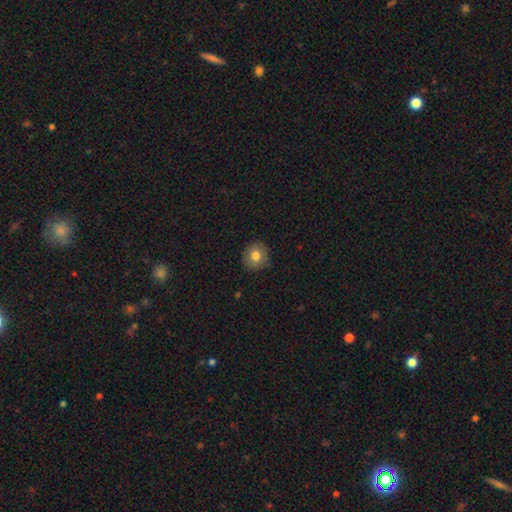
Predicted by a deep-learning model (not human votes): Q: Smooth or featured?
A: smooth (78%); runner-up: featured or disk (13%)
Q: How rounded?
A: round (87%); runner-up: in between (12%)
Q: Merging?
A: none (85%); runner-up: minor disturbance (12%)